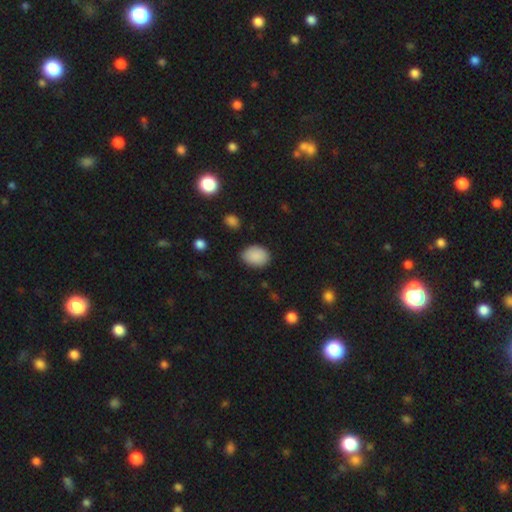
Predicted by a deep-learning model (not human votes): This appears to be a smooth galaxy with no disk features (89%) that is in between round and cigar-shaped (74%). Merging: none (84%).